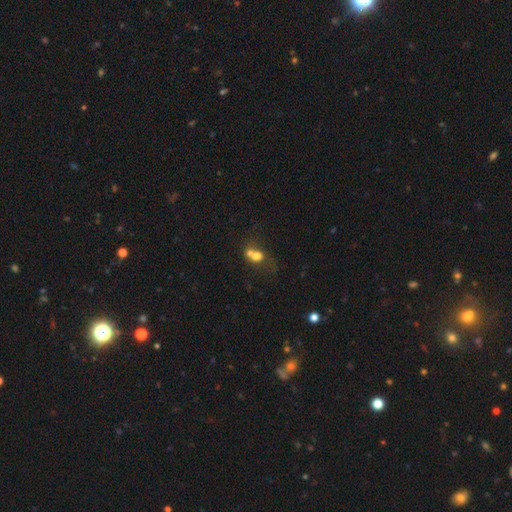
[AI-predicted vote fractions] Smooth or featured?
  - smooth: 66% *
  - featured or disk: 21%
  - star or artifact: 13%
How rounded?
  - round: 57% *
  - in between: 41%
  - cigar-shaped: 1%
Merging?
  - merger: 64% *
  - none: 21%
  - minor disturbance: 8%
  - major disturbance: 7%